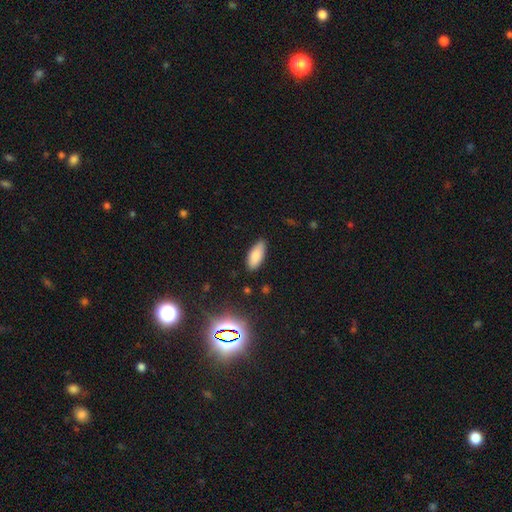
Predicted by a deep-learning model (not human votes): A smooth galaxy with no disk features (85%) that is in between round and cigar-shaped (84%).

Vote fractions:
- Smooth or featured? smooth: 85% / star or artifact: 8% / featured or disk: 7%
- How rounded? in between: 84% / cigar-shaped: 14% / round: 2%
- Merging? none: 82% / minor disturbance: 14% / major disturbance: 2% / merger: 1%